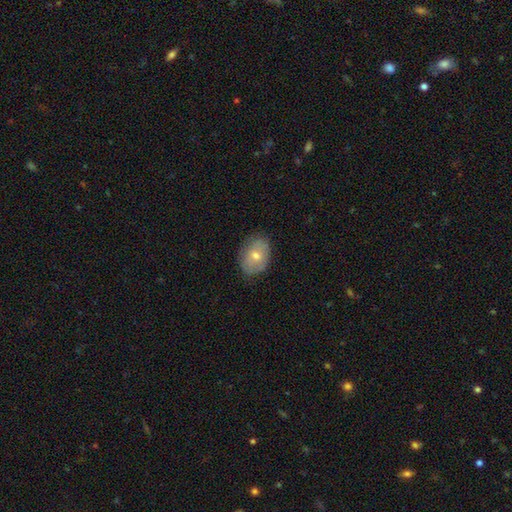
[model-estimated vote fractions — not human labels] Overall: smooth (57%; featured or disk 34%). How rounded: in between (73%). Merging: none (80%).